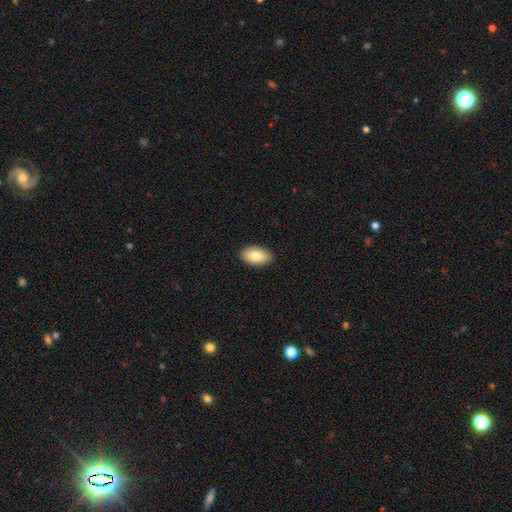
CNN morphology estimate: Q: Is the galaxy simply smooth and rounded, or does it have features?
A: smooth — 85%.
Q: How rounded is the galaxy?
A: in between — 94%.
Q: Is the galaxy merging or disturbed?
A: none — 90%.